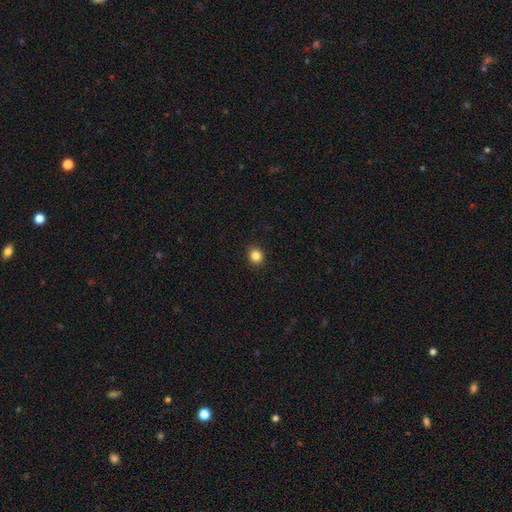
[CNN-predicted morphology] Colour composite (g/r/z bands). It shows a smooth galaxy with no disk features (85%) that is round (83%). Merging: none (92%).